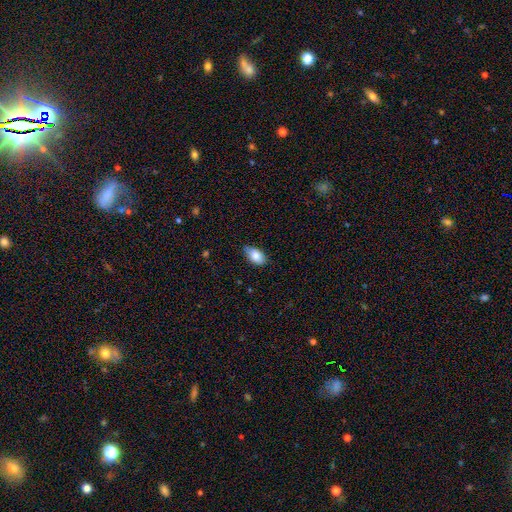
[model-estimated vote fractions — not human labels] A smooth galaxy with no disk features (83%) that is in between round and cigar-shaped (93%).

Vote fractions:
- Smooth or featured? smooth: 83% / featured or disk: 11% / star or artifact: 7%
- How rounded? in between: 93% / round: 5% / cigar-shaped: 2%
- Merging? none: 77% / minor disturbance: 20% / major disturbance: 3% / merger: 1%